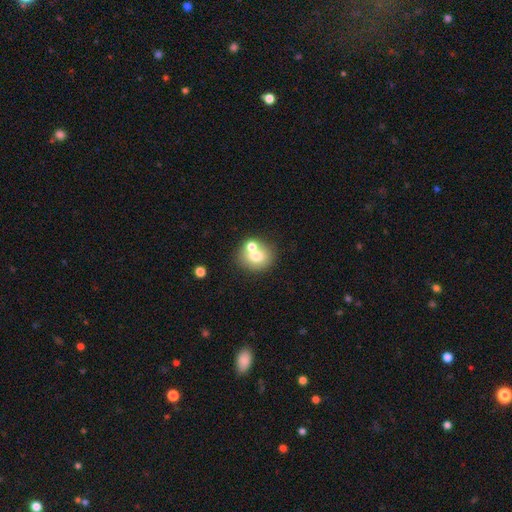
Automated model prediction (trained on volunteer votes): Smooth or featured? Predicted: smooth (p=0.70). How rounded? Predicted: round (p=0.78). Merging? Predicted: none (p=0.53).